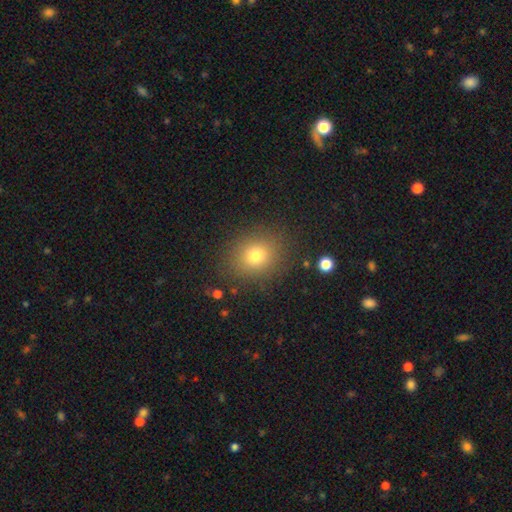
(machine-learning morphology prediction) Overall: smooth (75%). How rounded: round (66%; in between 33%). Merging: none (85%).